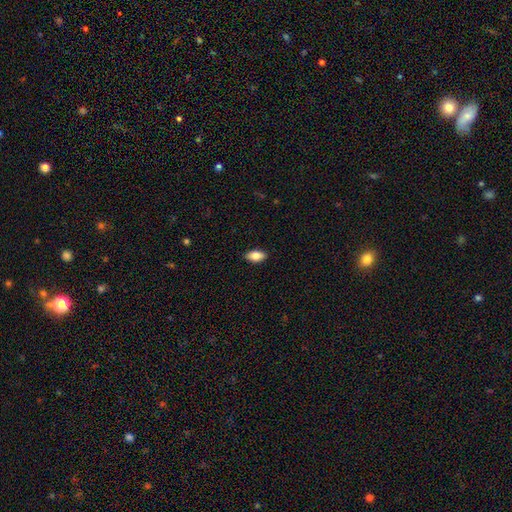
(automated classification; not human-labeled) Smooth or featured? smooth (81%)
How rounded? in between (91%)
Merging? none (89%)